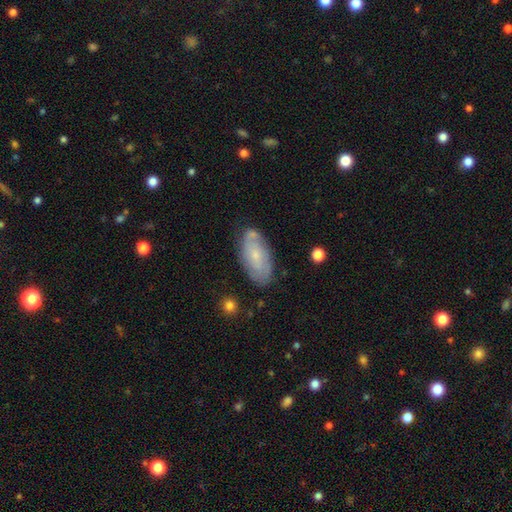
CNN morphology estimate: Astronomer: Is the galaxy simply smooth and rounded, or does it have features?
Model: featured or disk — 54% (runner-up: smooth, 40%).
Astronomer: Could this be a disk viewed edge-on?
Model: no — 91%.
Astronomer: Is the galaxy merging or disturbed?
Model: none — 74%.